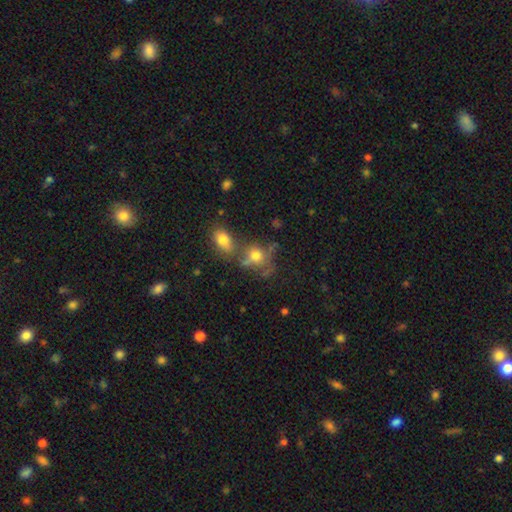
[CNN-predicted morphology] A smooth galaxy with no disk features (67%) that is round (56%). Merging: none (40%).